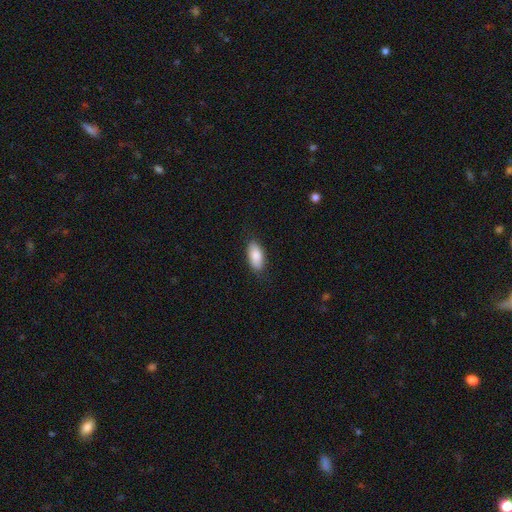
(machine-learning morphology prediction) A smooth galaxy with no disk features (87%) that is in between round and cigar-shaped (91%). Merging: none (86%).